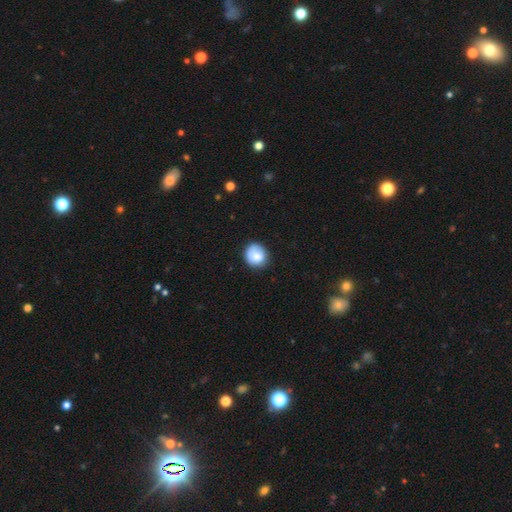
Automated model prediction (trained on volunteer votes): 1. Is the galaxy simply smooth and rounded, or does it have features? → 83% smooth, 9% featured or disk, 8% star or artifact.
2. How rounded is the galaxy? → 80% round, 19% in between, 1% cigar-shaped.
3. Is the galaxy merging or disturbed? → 75% none, 19% minor disturbance, 4% major disturbance, 2% merger.